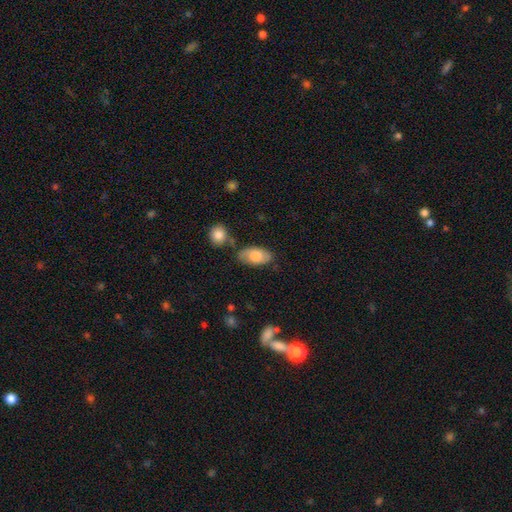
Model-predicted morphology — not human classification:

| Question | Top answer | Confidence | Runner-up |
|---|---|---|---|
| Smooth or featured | smooth | 71% | featured or disk (22%) |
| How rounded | in between | 93% | round (4%) |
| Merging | none | 70% | minor disturbance (19%) |